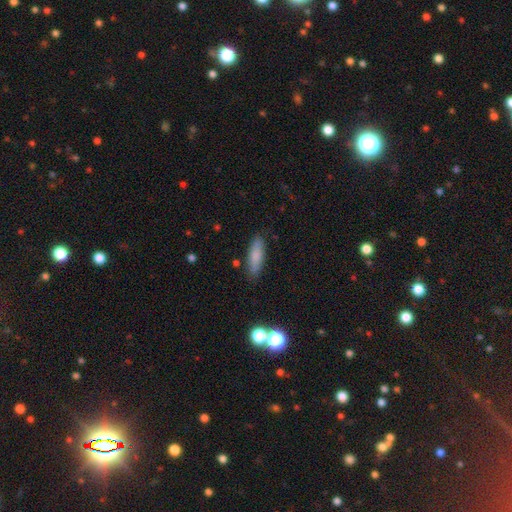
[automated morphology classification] Smooth or featured? Predicted: smooth (p=0.79). How rounded? Predicted: cigar-shaped (p=0.54). Merging? Predicted: none (p=0.83).